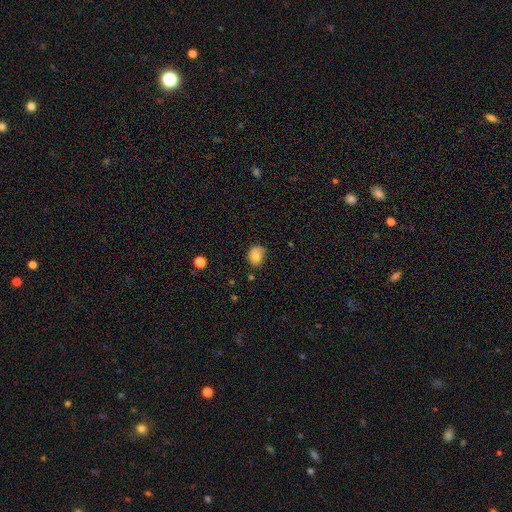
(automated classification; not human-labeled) A smooth galaxy with no disk features (81%) that is in between round and cigar-shaped (51%).

Vote fractions:
- Smooth or featured? smooth: 81% / star or artifact: 10% / featured or disk: 9%
- How rounded? in between: 51% / round: 49% / cigar-shaped: 1%
- Merging? none: 53% / minor disturbance: 35% / major disturbance: 9% / merger: 3%